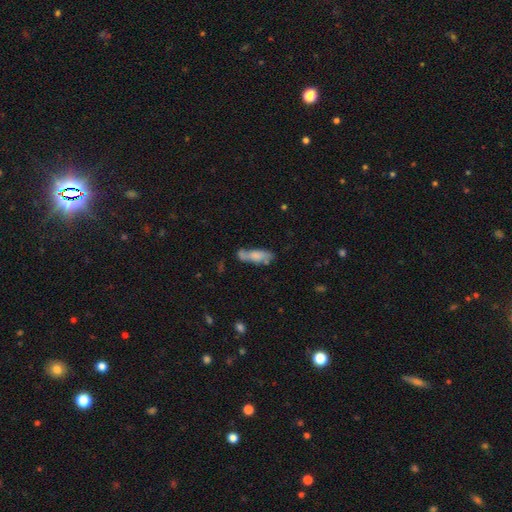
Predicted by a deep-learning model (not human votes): Smooth or featured? smooth (64%)
How rounded? in between (50%)
Merging? none (51%)